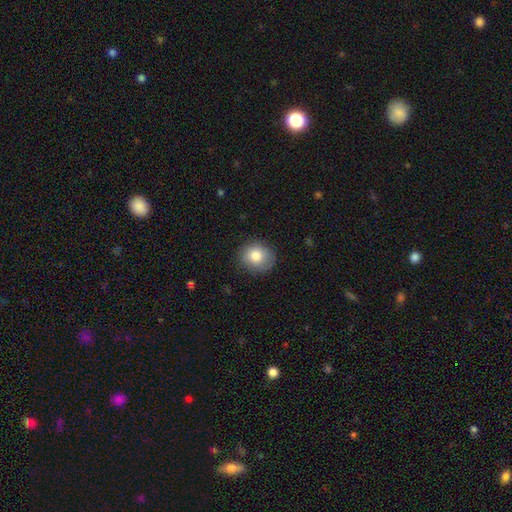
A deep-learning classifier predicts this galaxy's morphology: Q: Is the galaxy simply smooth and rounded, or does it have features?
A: smooth — 82%.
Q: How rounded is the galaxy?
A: round — 80%.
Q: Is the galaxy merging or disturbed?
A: none — 84%.